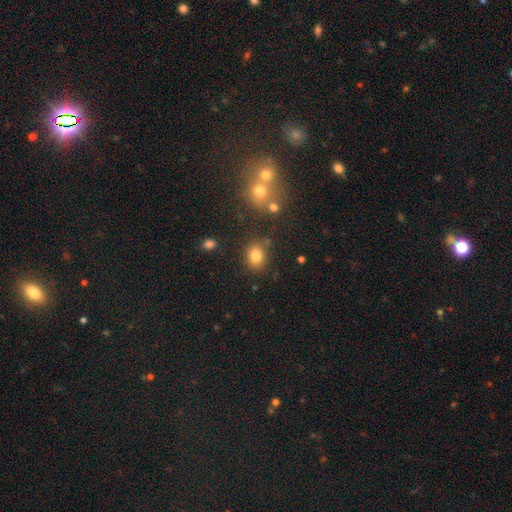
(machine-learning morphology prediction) A smooth galaxy with no disk features (81%) that is round (63%).

Vote fractions:
- Smooth or featured? smooth: 81% / star or artifact: 12% / featured or disk: 7%
- How rounded? round: 63% / in between: 36% / cigar-shaped: 1%
- Merging? none: 78% / minor disturbance: 12% / merger: 6% / major disturbance: 4%